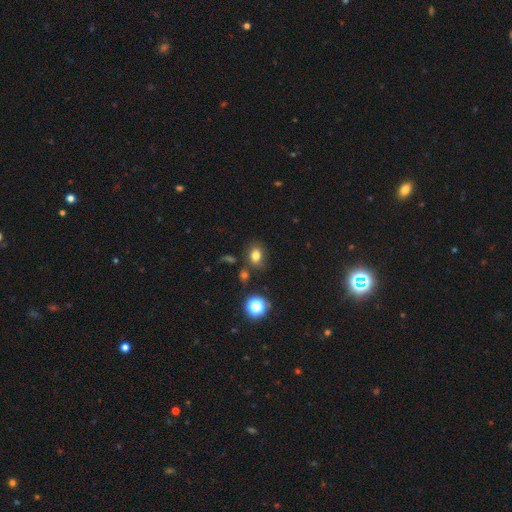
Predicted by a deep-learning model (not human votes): Overall: smooth (77%). How rounded: in between (61%; round 38%). Merging: none (74%).